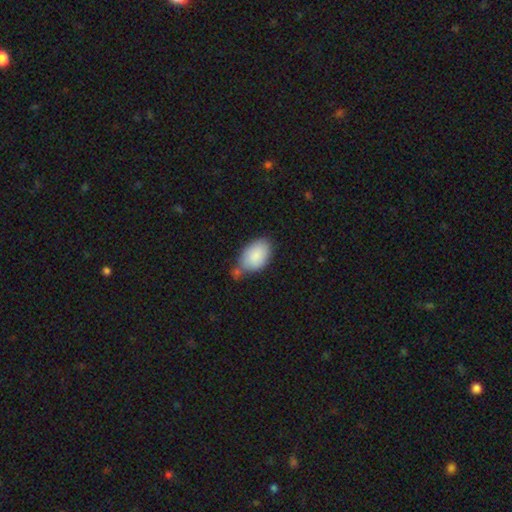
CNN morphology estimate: Smooth or featured?
  - smooth: 86% *
  - featured or disk: 7%
  - star or artifact: 6%
How rounded?
  - in between: 91% *
  - round: 7%
  - cigar-shaped: 1%
Merging?
  - none: 51% *
  - minor disturbance: 26%
  - merger: 16%
  - major disturbance: 7%